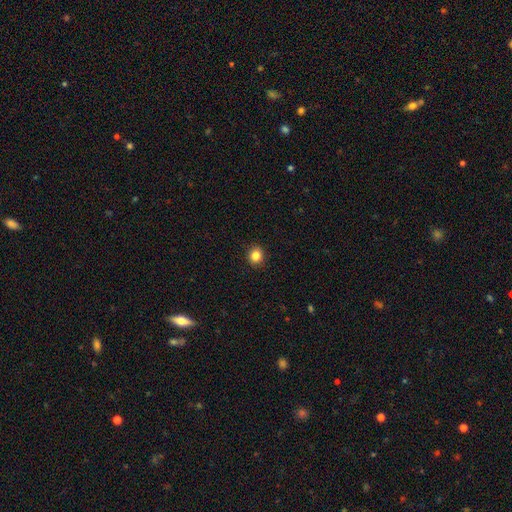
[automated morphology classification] Overall: smooth (84%). How rounded: round (85%). Merging: none (92%).